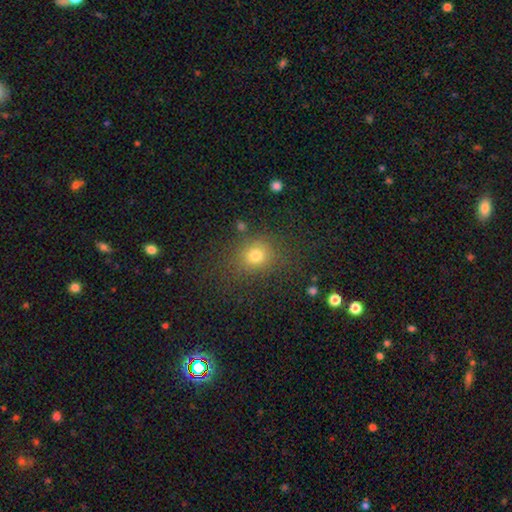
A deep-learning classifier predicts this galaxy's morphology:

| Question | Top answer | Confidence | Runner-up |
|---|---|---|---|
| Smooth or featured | smooth | 75% | star or artifact (16%) |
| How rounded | round | 75% | in between (24%) |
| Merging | none | 78% | minor disturbance (12%) |